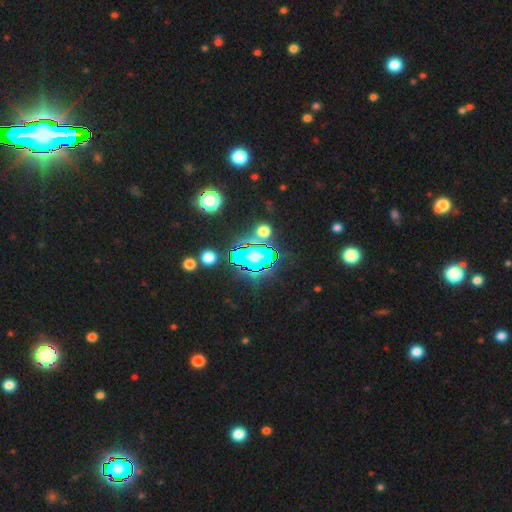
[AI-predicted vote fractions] This is possibly a star or artifact rather than a galaxy (55%).